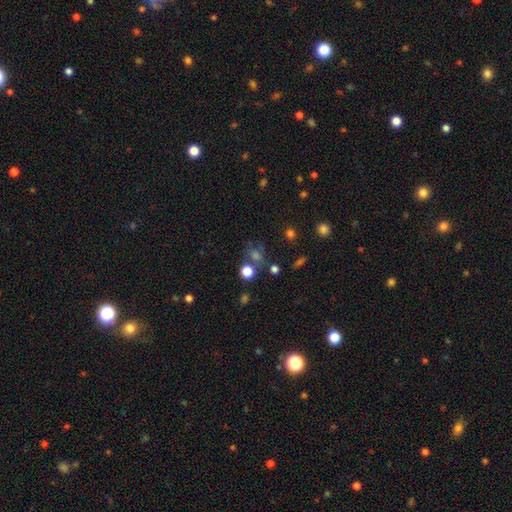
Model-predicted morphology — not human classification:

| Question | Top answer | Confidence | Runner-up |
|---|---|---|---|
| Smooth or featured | smooth | 47% | star or artifact (40%) |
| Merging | none | 66% | merger (14%) |